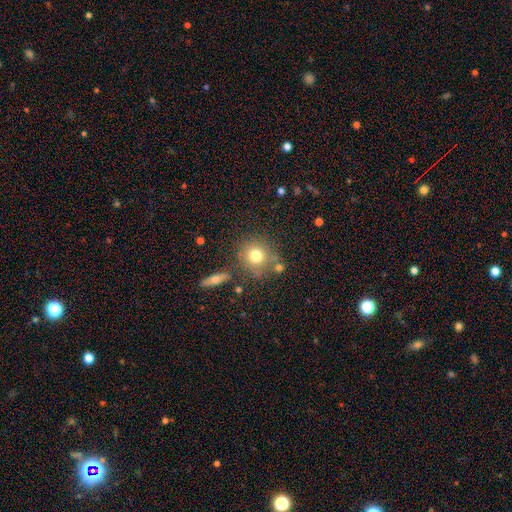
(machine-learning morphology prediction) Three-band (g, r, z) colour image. It shows a smooth galaxy with no disk features (74%) that is round (90%). Merging: none (75%).